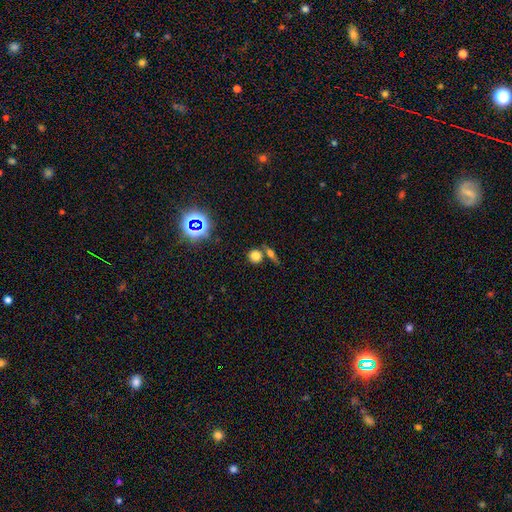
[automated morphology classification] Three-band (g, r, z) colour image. It shows a smooth galaxy with no disk features (72%) that is round (86%). Merging: none (65%).